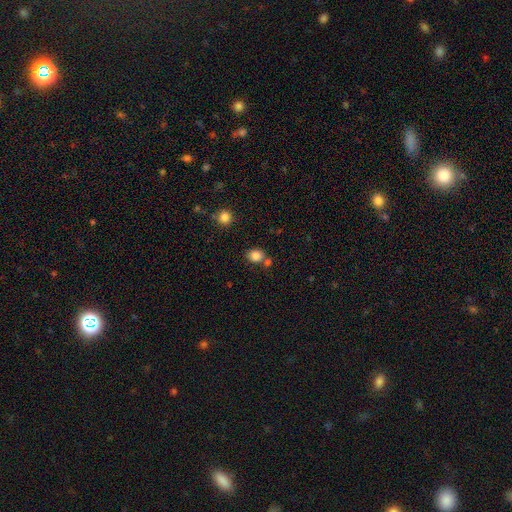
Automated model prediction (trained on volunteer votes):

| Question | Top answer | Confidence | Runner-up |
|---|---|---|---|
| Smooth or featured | smooth | 84% | star or artifact (11%) |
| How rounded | round | 64% | in between (35%) |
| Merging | none | 65% | merger (19%) |